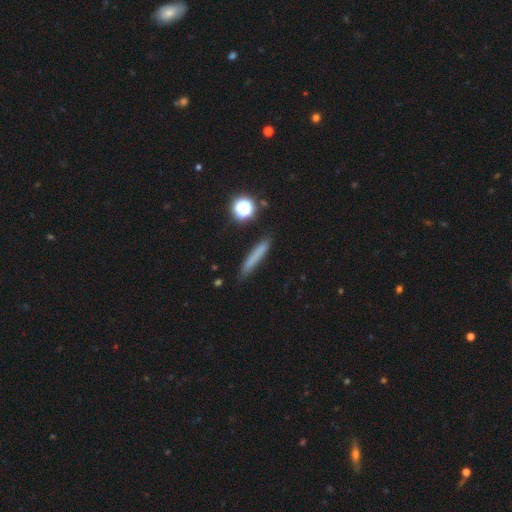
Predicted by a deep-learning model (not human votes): Q: Smooth or featured?
A: smooth (72%); runner-up: featured or disk (18%)
Q: How rounded?
A: cigar-shaped (93%); runner-up: in between (5%)
Q: Merging?
A: none (86%); runner-up: minor disturbance (10%)